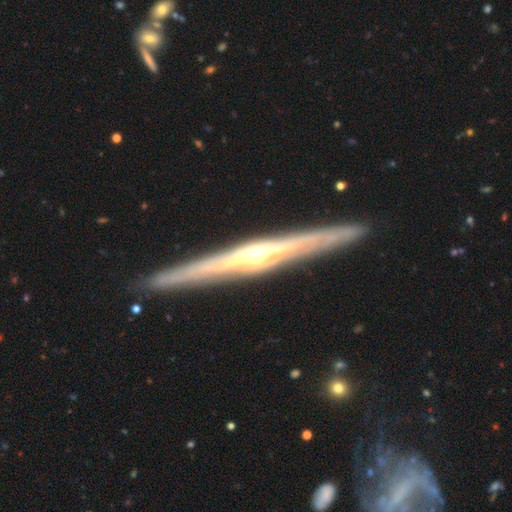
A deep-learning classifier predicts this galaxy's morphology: smooth_or_featured: featured or disk (p=0.86) [alt: smooth p=0.09]
disk_edge_on: yes (p=0.97) [alt: no p=0.03]
edge_on_bulge: rounded (p=0.81) [alt: none p=0.10]
merging: none (p=0.91) [alt: minor disturbance p=0.06]